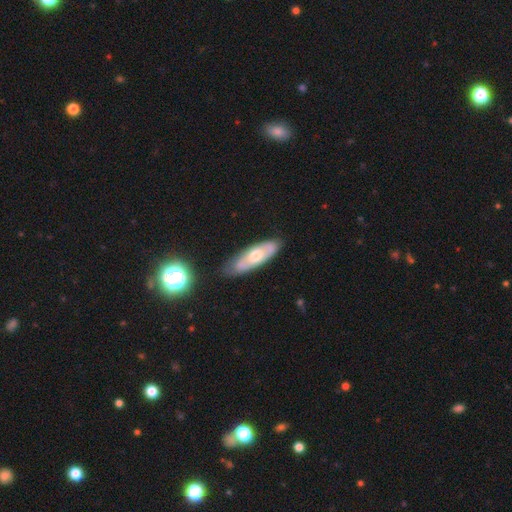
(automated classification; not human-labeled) Q: Smooth or featured?
A: featured or disk (54%); runner-up: smooth (40%)
Q: Edge-on disk?
A: no (74%); runner-up: yes (26%)
Q: Merging?
A: none (77%); runner-up: minor disturbance (17%)